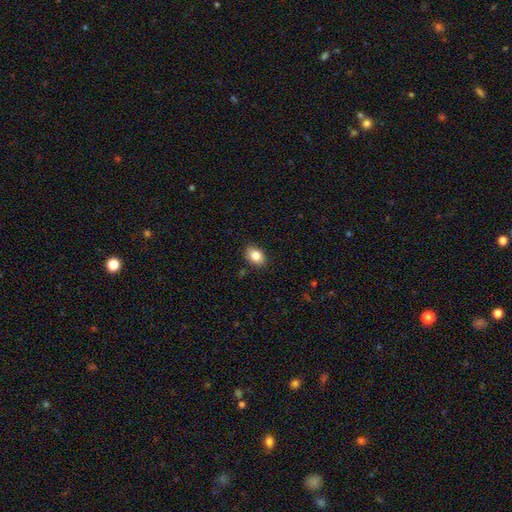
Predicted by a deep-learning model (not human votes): Q: Smooth or featured?
A: smooth (84%); runner-up: star or artifact (8%)
Q: How rounded?
A: in between (78%); runner-up: round (21%)
Q: Merging?
A: none (87%); runner-up: minor disturbance (10%)